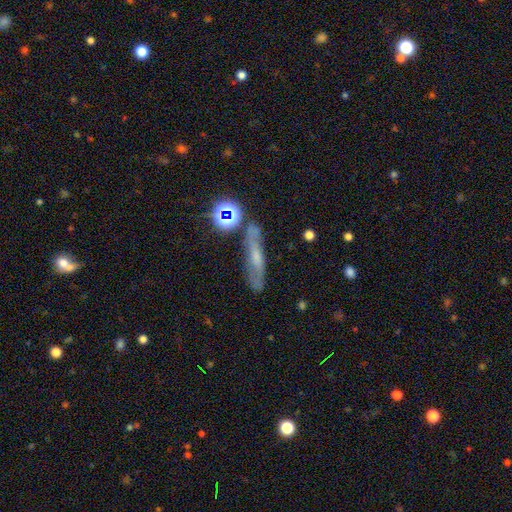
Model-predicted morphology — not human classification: Overall: featured or disk (45%; smooth 35%). Merging: none (71%).